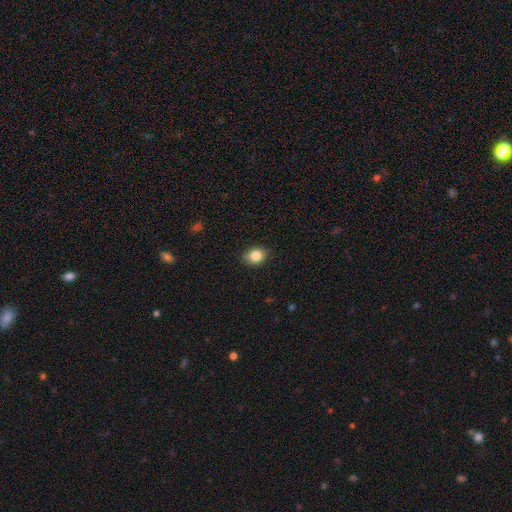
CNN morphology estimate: Q: Smooth or featured?
A: smooth (86%); runner-up: star or artifact (9%)
Q: How rounded?
A: in between (56%); runner-up: round (43%)
Q: Merging?
A: none (84%); runner-up: minor disturbance (13%)